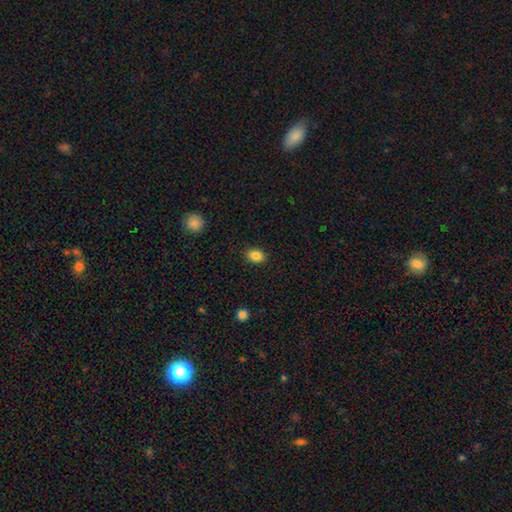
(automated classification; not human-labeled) This appears to be a smooth galaxy with no disk features (86%) that is in between round and cigar-shaped (72%). Merging: none (88%).